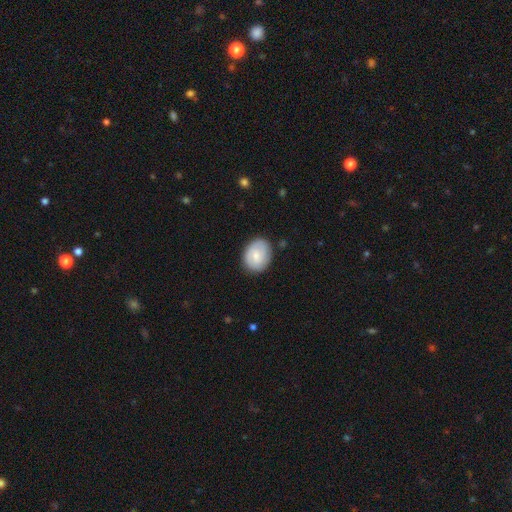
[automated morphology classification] smooth-or-featured: smooth: 68% | featured or disk: 26% | star or artifact: 6%
  how-rounded: in between: 56% | round: 43% | cigar-shaped: 1%
  merging: none: 82% | minor disturbance: 14% | major disturbance: 3% | merger: 1%